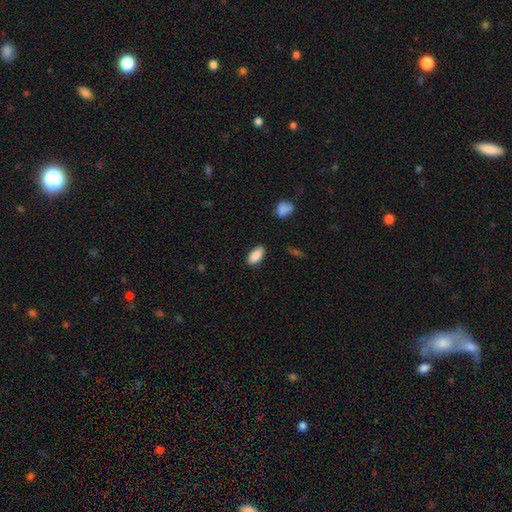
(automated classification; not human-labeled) Morphology: type=smooth (88%); roundness=in between (91%); merging=none (86%).